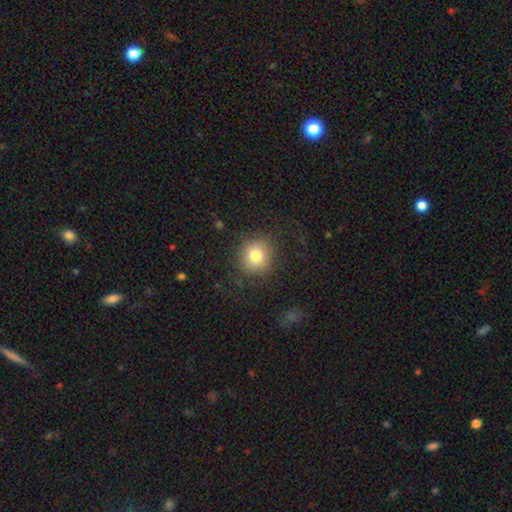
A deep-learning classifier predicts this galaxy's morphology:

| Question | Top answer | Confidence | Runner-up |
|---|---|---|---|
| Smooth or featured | smooth | 80% | star or artifact (11%) |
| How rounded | round | 86% | in between (13%) |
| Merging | none | 81% | minor disturbance (12%) |